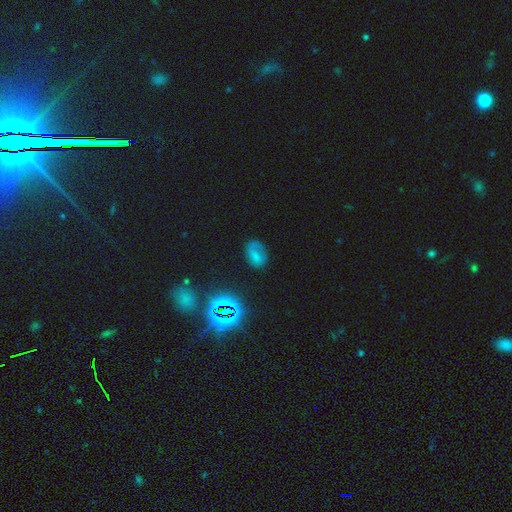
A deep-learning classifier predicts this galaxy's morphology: Smooth or featured: smooth — 53% (featured or disk — 23%)
How rounded: in between — 77% (round — 21%)
Merging: none — 55% (minor disturbance — 26%)